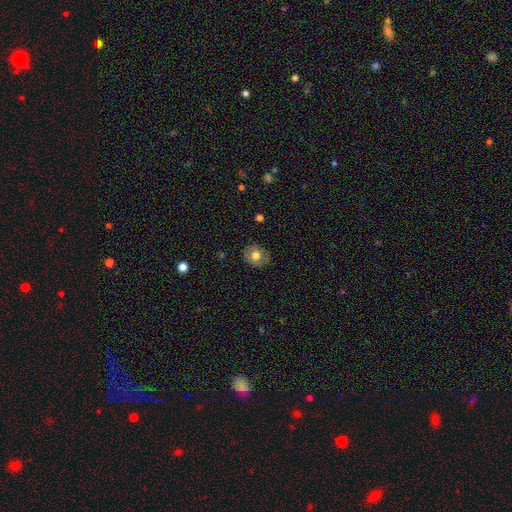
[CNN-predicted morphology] Q: Smooth or featured?
A: smooth (70%); runner-up: featured or disk (21%)
Q: How rounded?
A: round (73%); runner-up: in between (26%)
Q: Merging?
A: none (84%); runner-up: minor disturbance (12%)